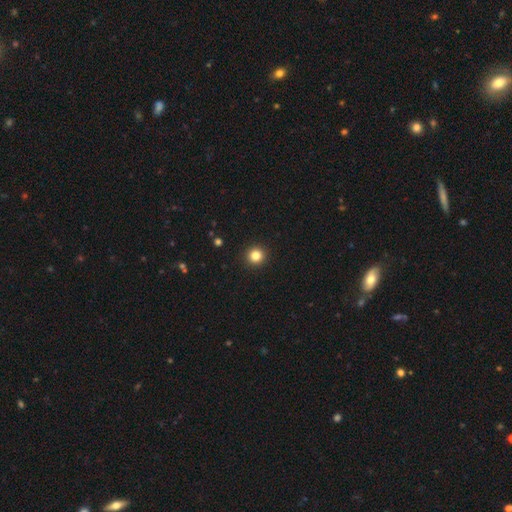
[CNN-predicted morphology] This appears to be a smooth galaxy with no disk features (83%) that is round (95%). Merging: none (94%).